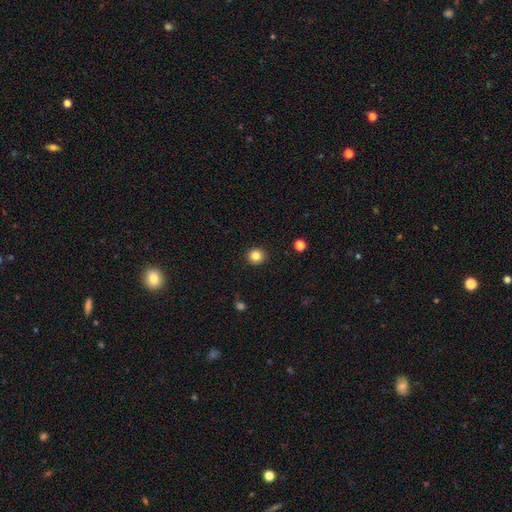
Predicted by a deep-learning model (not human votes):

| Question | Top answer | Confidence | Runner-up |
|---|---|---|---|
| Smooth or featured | smooth | 85% | star or artifact (10%) |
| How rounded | round | 92% | in between (7%) |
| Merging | none | 92% | minor disturbance (5%) |